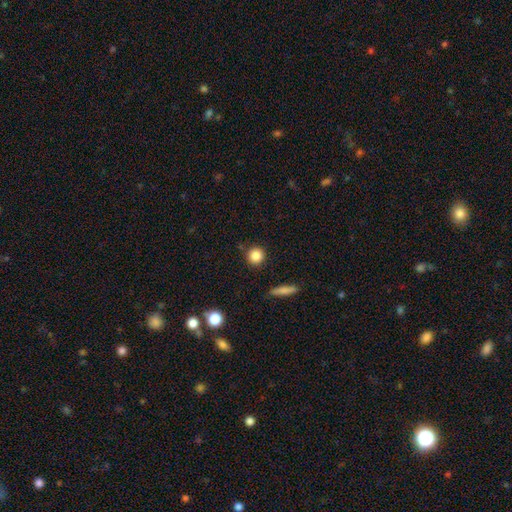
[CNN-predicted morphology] Smooth or featured: smooth — 85% (star or artifact — 10%)
How rounded: round — 93% (in between — 6%)
Merging: none — 88% (minor disturbance — 7%)